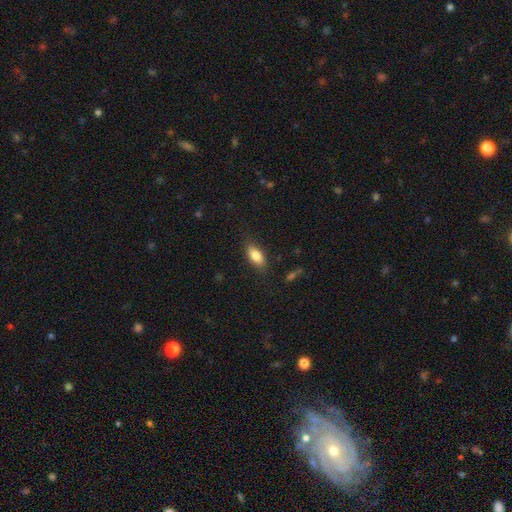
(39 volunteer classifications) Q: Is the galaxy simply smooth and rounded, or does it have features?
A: smooth — 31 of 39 (79%).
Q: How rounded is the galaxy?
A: in between — 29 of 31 (94%).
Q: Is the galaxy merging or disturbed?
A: none — 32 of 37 (86%).